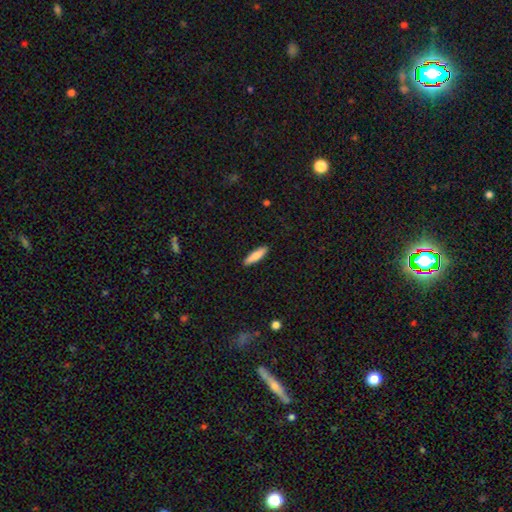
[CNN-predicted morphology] A smooth galaxy with no disk features (79%) that is cigar-shaped (70%).

Vote fractions:
- Smooth or featured? smooth: 79% / featured or disk: 15% / star or artifact: 6%
- How rounded? cigar-shaped: 70% / in between: 28% / round: 2%
- Merging? none: 91% / minor disturbance: 7% / major disturbance: 1% / merger: 1%